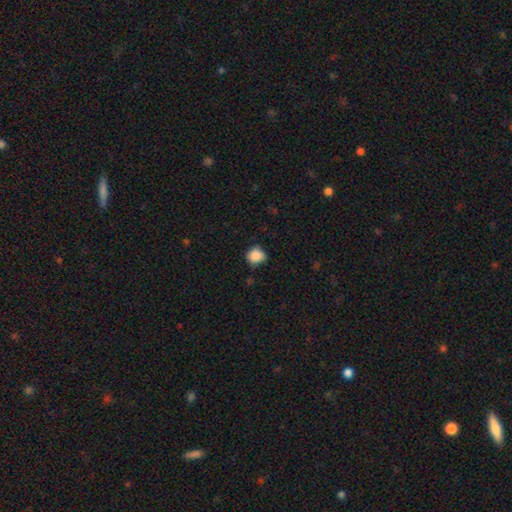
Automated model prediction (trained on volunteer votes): A smooth galaxy with no disk features (87%) that is round (83%).

Vote fractions:
- Smooth or featured? smooth: 87% / star or artifact: 9% / featured or disk: 4%
- How rounded? round: 83% / in between: 16% / cigar-shaped: 1%
- Merging? none: 71% / minor disturbance: 23% / major disturbance: 4% / merger: 2%